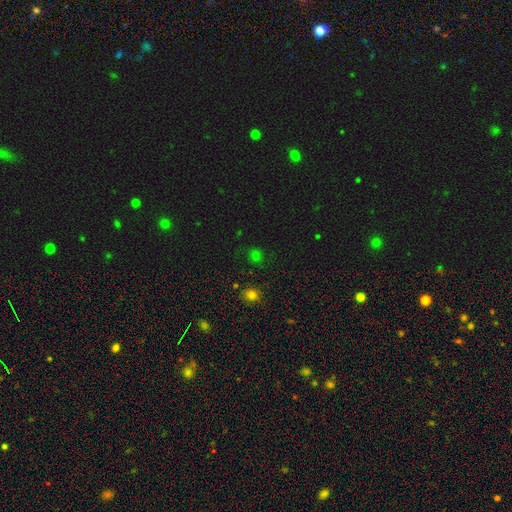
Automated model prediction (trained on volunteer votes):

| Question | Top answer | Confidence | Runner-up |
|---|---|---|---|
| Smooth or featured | smooth | 63% | star or artifact (32%) |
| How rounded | round | 86% | in between (13%) |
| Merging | none | 86% | minor disturbance (9%) |